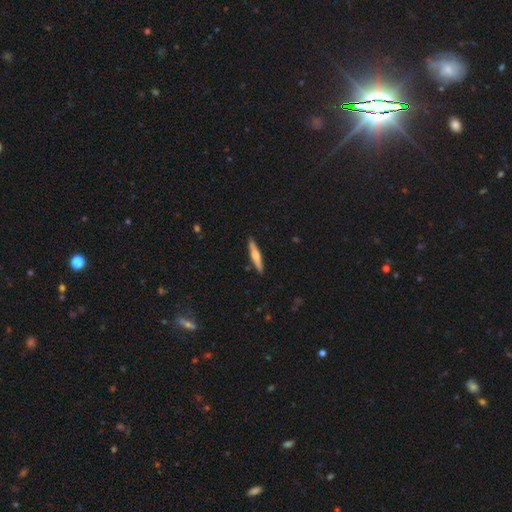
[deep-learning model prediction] A smooth galaxy with no disk features (48%). Merging: none (90%).